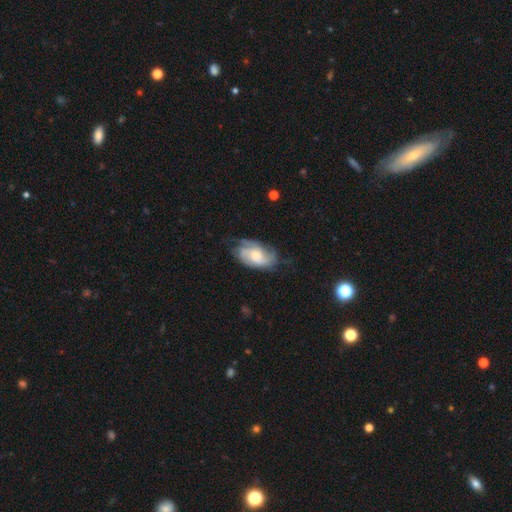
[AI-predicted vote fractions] smooth-or-featured: featured or disk: 71% | smooth: 23% | star or artifact: 6%
  disk-edge-on: no: 96% | yes: 4%
    bar: no: 69% | weak: 26% | strong: 5%
    has-spiral-arms: yes: 92% | no: 8%
      spiral-winding: tight: 43% | medium: 41% | loose: 15%
      spiral-arm-count: 2: 29% | can't tell: 28% | 3: 28% | 4: 8% | 1: 5% | more than 4: 4%
    bulge-size: moderate: 49% | small: 37% | large: 9% | none: 4% | dominant: 1%
  merging: none: 61% | minor disturbance: 25% | major disturbance: 12% | merger: 1%